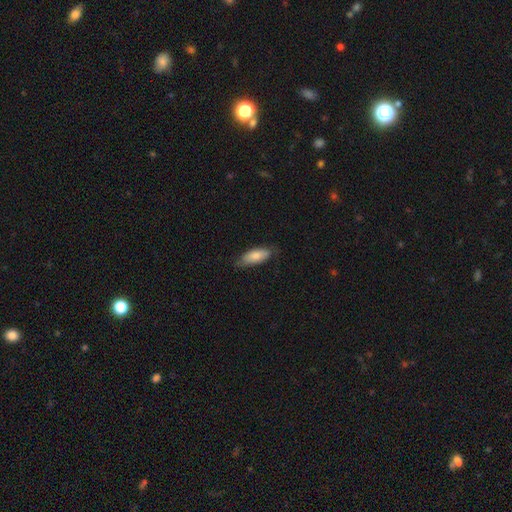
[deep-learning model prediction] smooth 78%, featured or disk 16%, star or artifact 6%. Down the decision tree: how rounded — in between (73%); merging — none (72%).